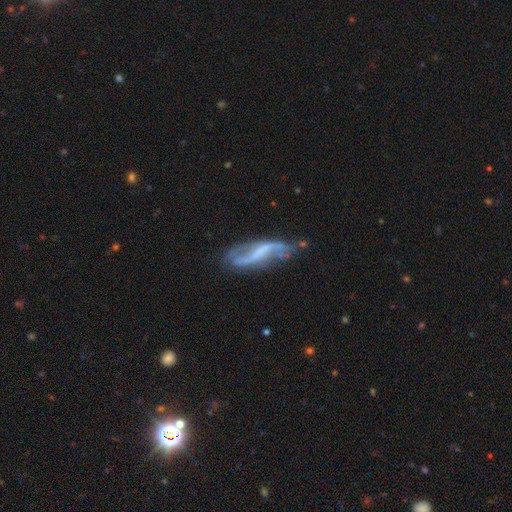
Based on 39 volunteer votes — Smooth or featured?
  - featured or disk: 69% *
  - smooth: 21%
  - star or artifact: 10%
Edge-on disk?
  - no: 74% *
  - yes: 26%
Bar?
  - strong: 45% *
  - weak: 35%
  - no: 20%
Spiral arms?
  - yes: 100% *
  - no: 0%
Spiral winding?
  - loose: 45% *
  - medium: 30%
  - tight: 25%
Spiral arm count?
  - 2: 70% *
  - can't tell: 30%
  - 1: 0%
  - 3: 0%
  - 4: 0%
  - more than 4: 0%
Bulge size?
  - moderate: 50% *
  - none: 25%
  - small: 20%
  - large: 5%
  - dominant: 0%
Merging?
  - none: 80% *
  - minor disturbance: 14%
  - major disturbance: 3%
  - merger: 3%